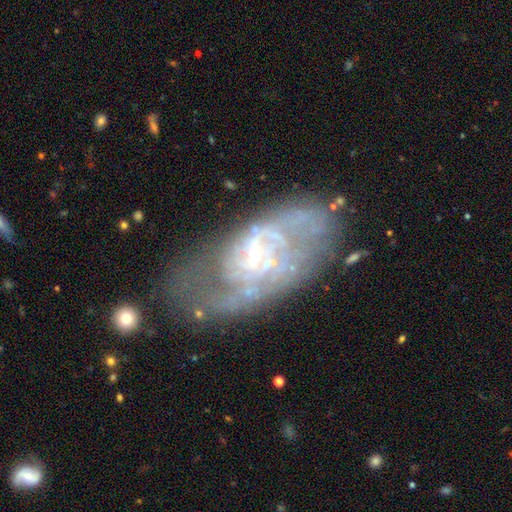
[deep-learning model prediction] Q: Smooth or featured?
A: featured or disk (75%); runner-up: smooth (16%)
Q: Edge-on disk?
A: no (94%); runner-up: yes (6%)
Q: Bar?
A: no (57%); runner-up: weak (34%)
Q: Spiral arms?
A: yes (65%); runner-up: no (35%)
Q: Bulge size?
A: small (65%); runner-up: moderate (18%)
Q: Merging?
A: none (54%); runner-up: minor disturbance (22%)